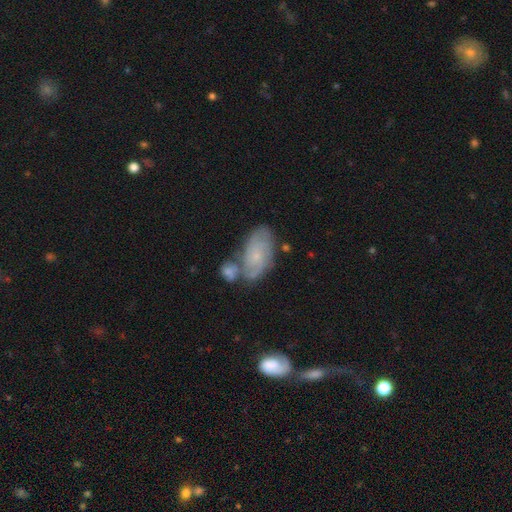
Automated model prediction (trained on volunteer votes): This appears to be a featured or disk galaxy (60%) with no bar (76%), spiral arms (82%) and a small central bulge (75%). Merging: none (45%).